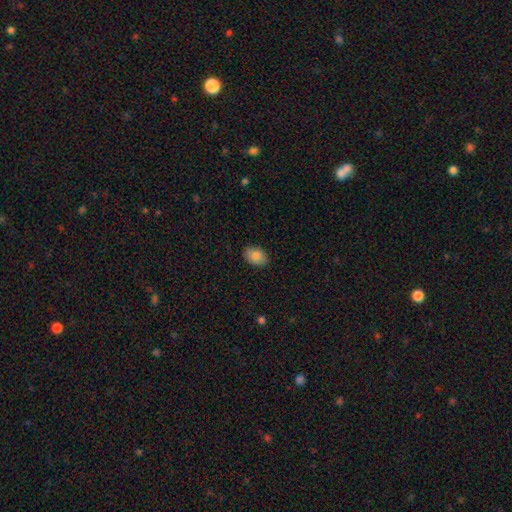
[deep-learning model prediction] Smooth or featured: smooth — 86% (star or artifact — 7%)
How rounded: in between — 83% (round — 16%)
Merging: none — 87% (minor disturbance — 9%)